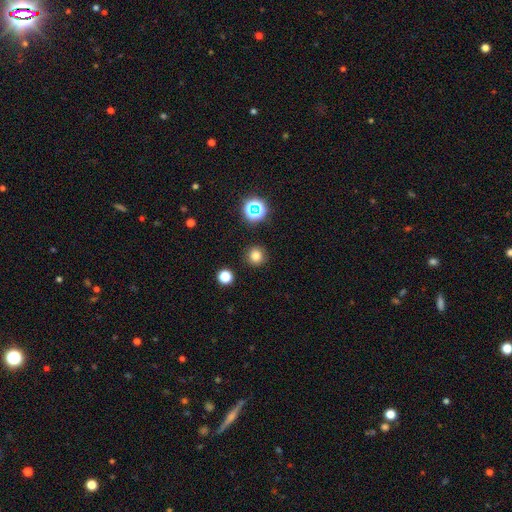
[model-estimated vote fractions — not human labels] A smooth galaxy with no disk features (78%) that is round (95%).

Vote fractions:
- Smooth or featured? smooth: 78% / star or artifact: 17% / featured or disk: 5%
- How rounded? round: 95% / in between: 4% / cigar-shaped: 1%
- Merging? none: 90% / minor disturbance: 6% / major disturbance: 2% / merger: 2%